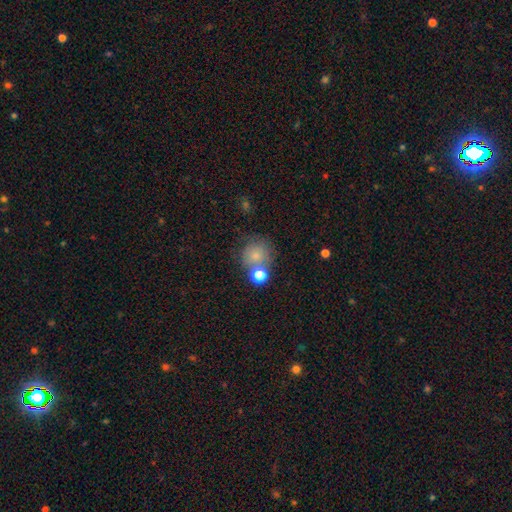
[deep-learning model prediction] Q: Smooth or featured?
A: smooth (76%); runner-up: star or artifact (12%)
Q: How rounded?
A: round (87%); runner-up: in between (12%)
Q: Merging?
A: none (55%); runner-up: merger (24%)